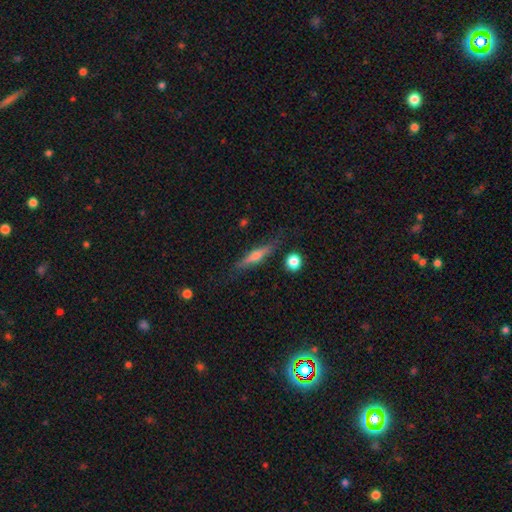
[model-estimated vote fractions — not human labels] smooth_or_featured: featured or disk (p=0.60) [alt: smooth p=0.33]
disk_edge_on: yes (p=0.95) [alt: no p=0.05]
edge_on_bulge: rounded (p=0.87) [alt: none p=0.08]
merging: none (p=0.83) [alt: minor disturbance p=0.12]